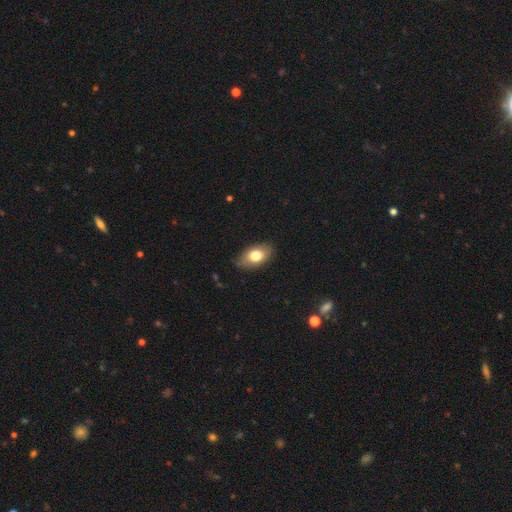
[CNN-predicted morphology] smooth-or-featured: smooth: 76% | featured or disk: 16% | star or artifact: 7%
  how-rounded: in between: 91% | round: 7% | cigar-shaped: 2%
  merging: none: 83% | minor disturbance: 14% | major disturbance: 2% | merger: 1%